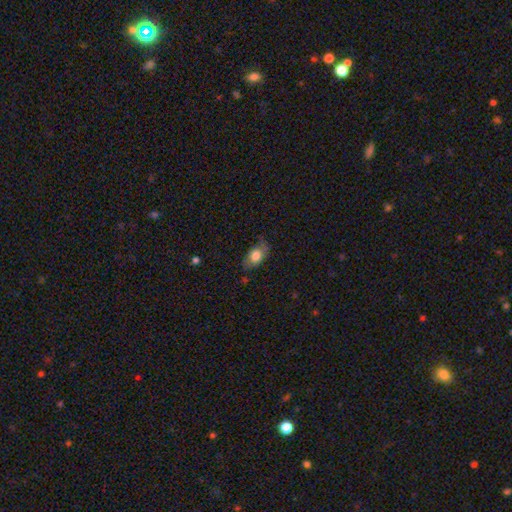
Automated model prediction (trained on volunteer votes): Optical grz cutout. It shows a smooth galaxy with no disk features (74%) that is in between round and cigar-shaped (88%). Merging: none (68%).